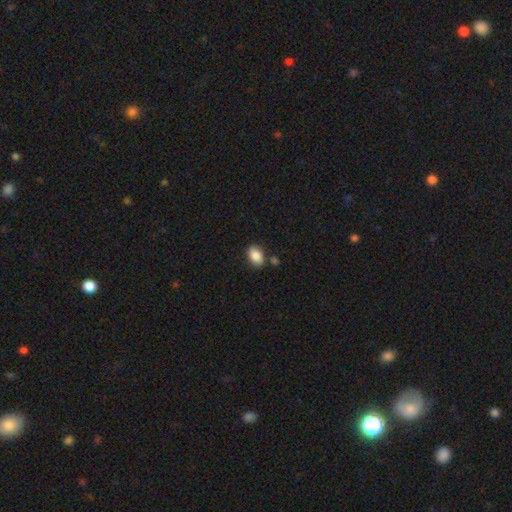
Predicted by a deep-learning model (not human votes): Morphology: type=smooth (86%); roundness=in between (86%); merging=none (74%).